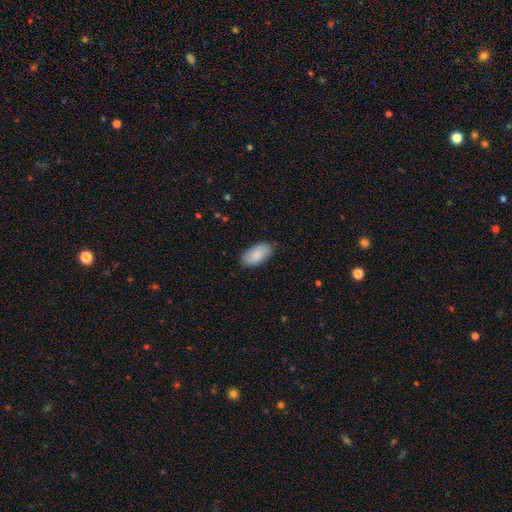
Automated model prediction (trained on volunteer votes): This is clearly a smooth galaxy (87%). How rounded: clearly in between (94%). Merging: clearly none (84%).